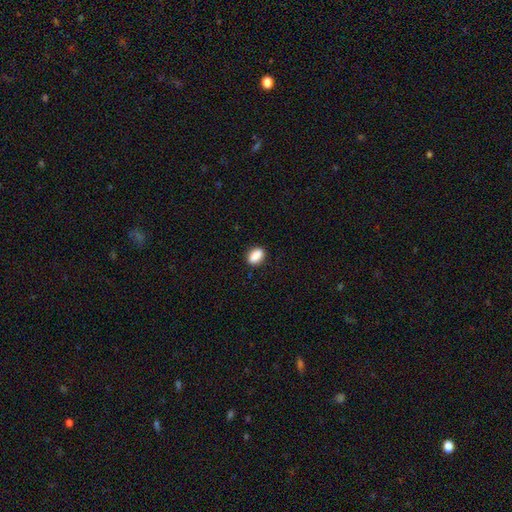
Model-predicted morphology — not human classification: smooth-or-featured: smooth: 88% | star or artifact: 8% | featured or disk: 4%
  how-rounded: in between: 83% | round: 14% | cigar-shaped: 3%
  merging: none: 88% | minor disturbance: 9% | major disturbance: 2% | merger: 1%